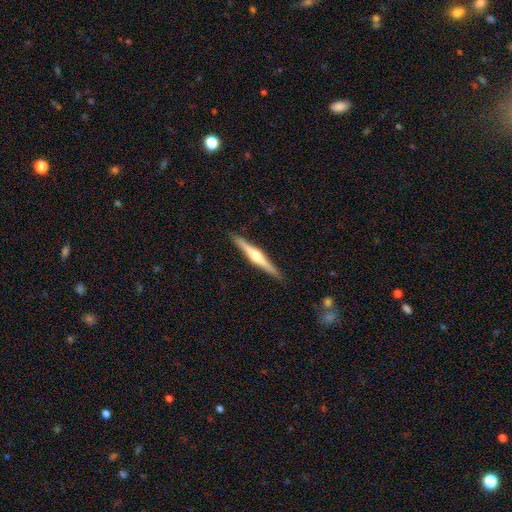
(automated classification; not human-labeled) A featured or disk galaxy (71%) viewed edge-on (98%) with a rounded central bulge (90%).

Vote fractions:
- Smooth or featured? featured or disk: 71% / smooth: 24% / star or artifact: 5%
- Edge-on disk? yes: 98% / no: 2%
- Edge-on bulge? rounded: 90% / none: 5% / boxy: 5%
- Merging? none: 90% / minor disturbance: 7% / major disturbance: 1% / merger: 1%